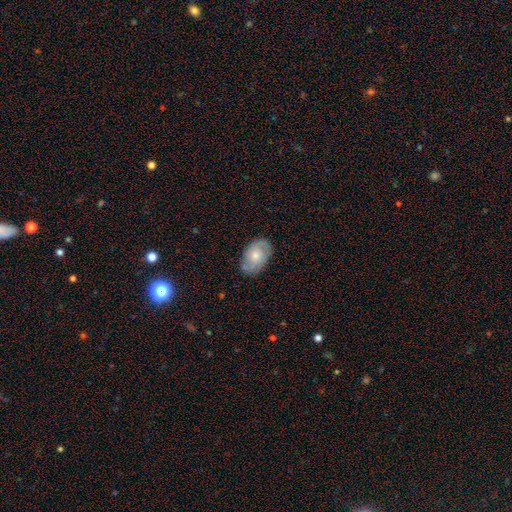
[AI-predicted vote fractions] Morphology: type=featured or disk (47%); merging=none (79%).